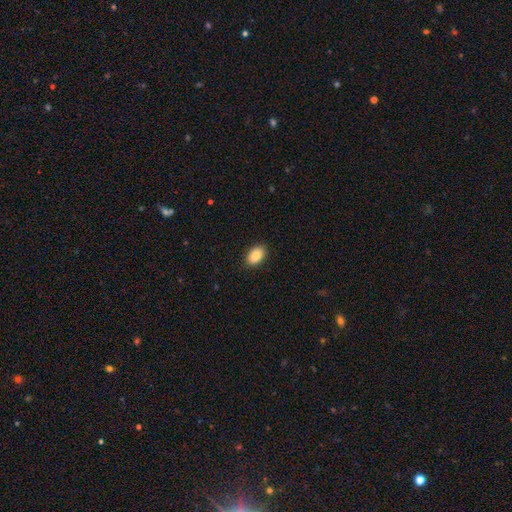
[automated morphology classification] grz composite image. It shows a smooth galaxy with no disk features (88%) that is in between round and cigar-shaped (90%). Merging: none (90%).